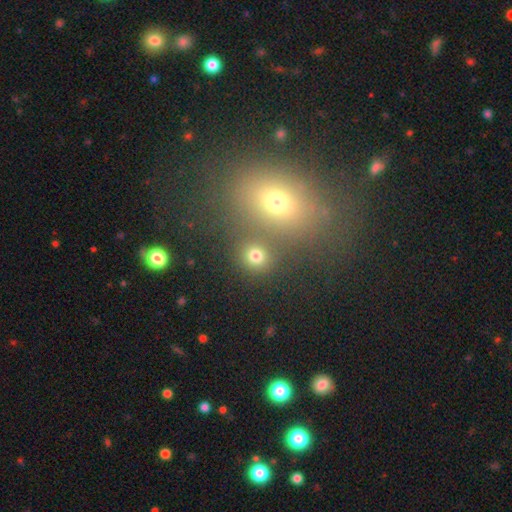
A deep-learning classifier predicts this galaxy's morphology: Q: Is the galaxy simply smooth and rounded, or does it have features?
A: smooth — 74%.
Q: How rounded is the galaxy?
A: round — 83%.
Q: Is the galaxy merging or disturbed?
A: none — 71%.